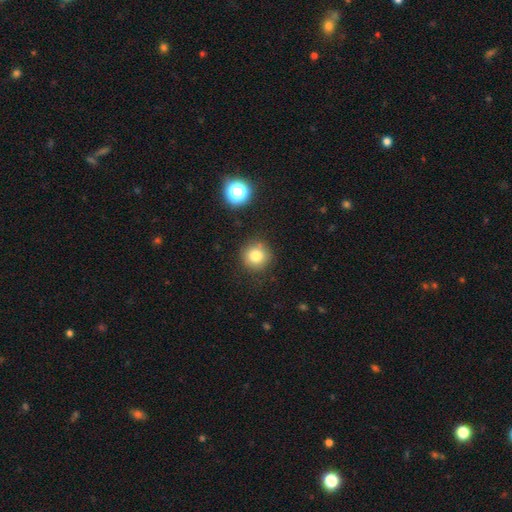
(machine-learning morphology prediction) Smooth or featured? smooth (80%)
How rounded? round (93%)
Merging? none (85%)